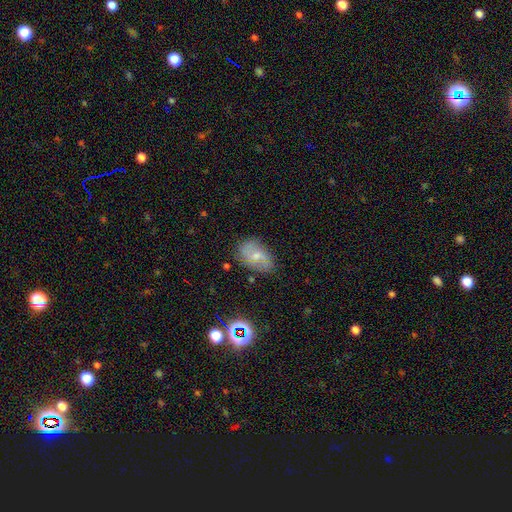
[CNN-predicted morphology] A featured or disk galaxy (47%).

Vote fractions:
- Smooth or featured? featured or disk: 47% / smooth: 41% / star or artifact: 12%
- Merging? none: 67% / minor disturbance: 23% / major disturbance: 8% / merger: 2%